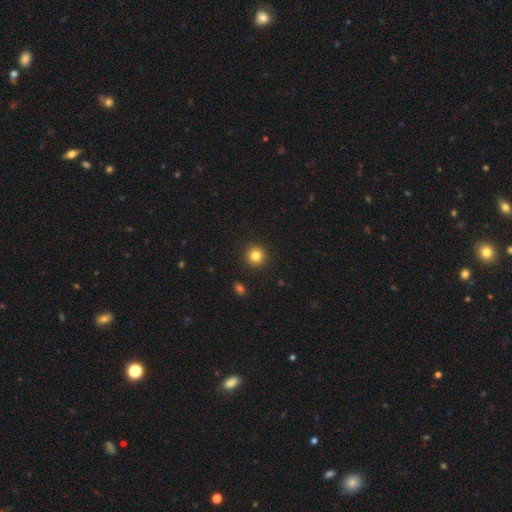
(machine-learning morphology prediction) A smooth galaxy with no disk features (83%) that is round (94%).

Vote fractions:
- Smooth or featured? smooth: 83% / star or artifact: 11% / featured or disk: 6%
- How rounded? round: 94% / in between: 5% / cigar-shaped: 1%
- Merging? none: 92% / minor disturbance: 5% / major disturbance: 2% / merger: 1%